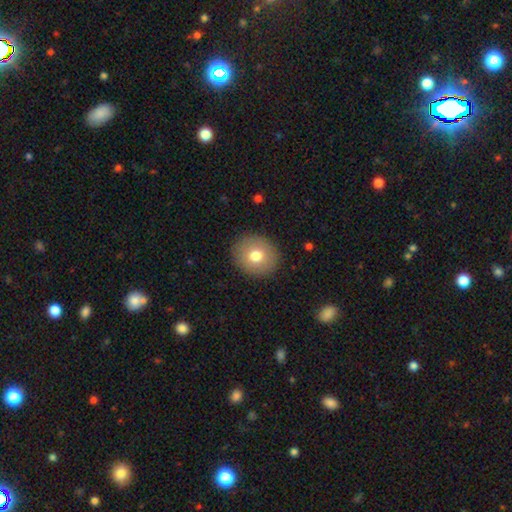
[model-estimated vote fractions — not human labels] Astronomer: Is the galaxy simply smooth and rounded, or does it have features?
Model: smooth — 76%.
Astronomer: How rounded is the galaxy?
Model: round — 81%.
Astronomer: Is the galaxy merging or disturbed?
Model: none — 89%.